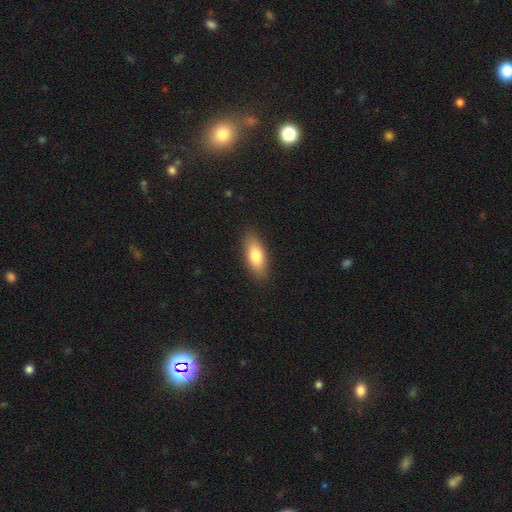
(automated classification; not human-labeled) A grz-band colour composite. It shows a smooth galaxy with no disk features (78%) that is in between round and cigar-shaped (75%). Merging: none (88%).